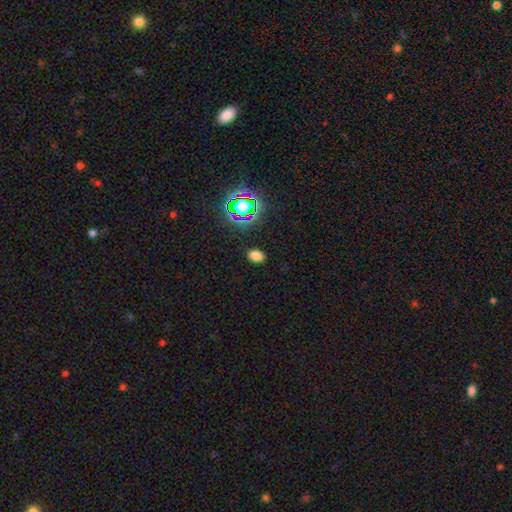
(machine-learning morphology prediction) type=smooth (75%); roundness=in between (80%); merging=none (88%).